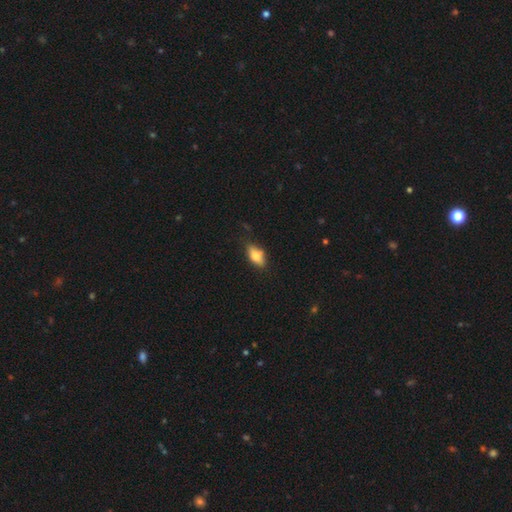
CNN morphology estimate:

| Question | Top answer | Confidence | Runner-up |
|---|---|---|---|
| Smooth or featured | smooth | 70% | featured or disk (22%) |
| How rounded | in between | 84% | cigar-shaped (10%) |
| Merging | none | 71% | minor disturbance (21%) |